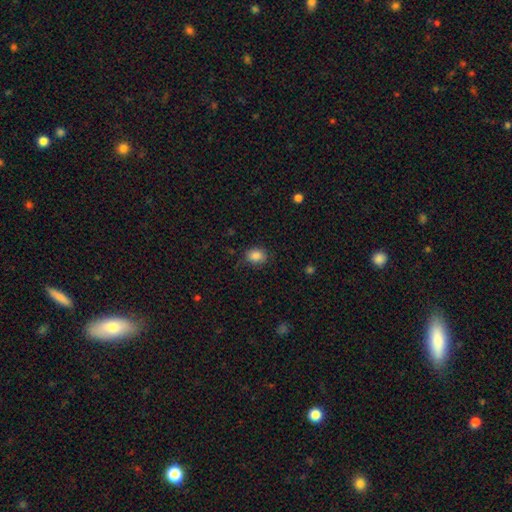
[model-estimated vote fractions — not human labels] Smooth or featured? Predicted: smooth (p=0.86). How rounded? Predicted: in between (p=0.52). Merging? Predicted: none (p=0.77).